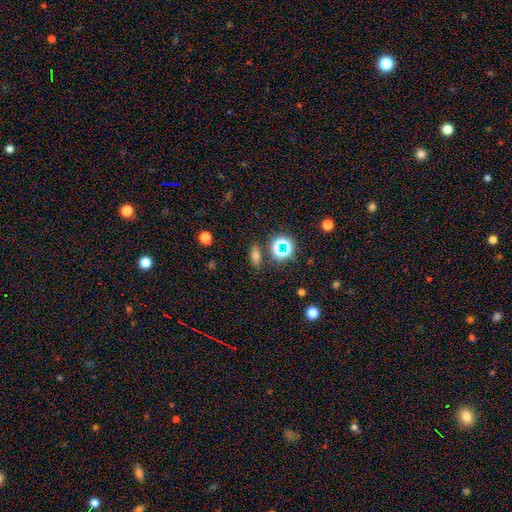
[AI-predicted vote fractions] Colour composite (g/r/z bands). It shows a smooth galaxy with no disk features (62%) that is in between round and cigar-shaped (70%). Merging: none (82%).